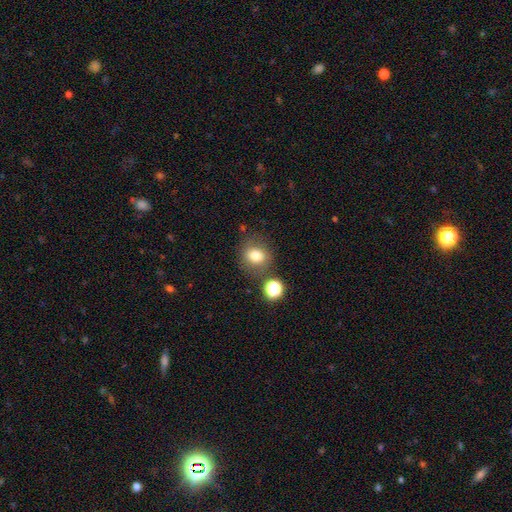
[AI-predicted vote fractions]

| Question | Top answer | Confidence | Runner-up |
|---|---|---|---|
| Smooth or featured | smooth | 77% | star or artifact (13%) |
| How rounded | round | 71% | in between (28%) |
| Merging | none | 74% | minor disturbance (14%) |